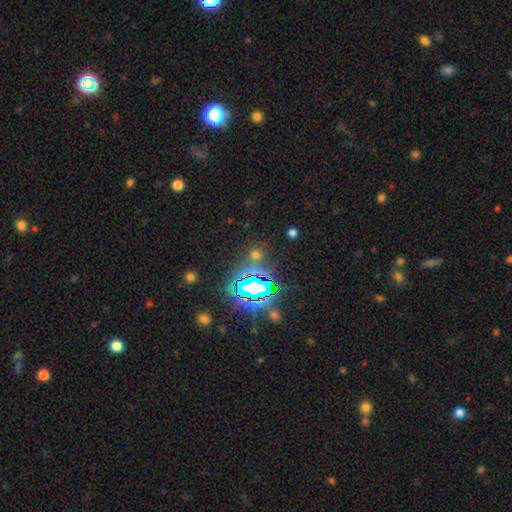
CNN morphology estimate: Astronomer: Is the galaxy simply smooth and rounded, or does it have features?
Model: star or artifact — 51% (runner-up: smooth, 41%).